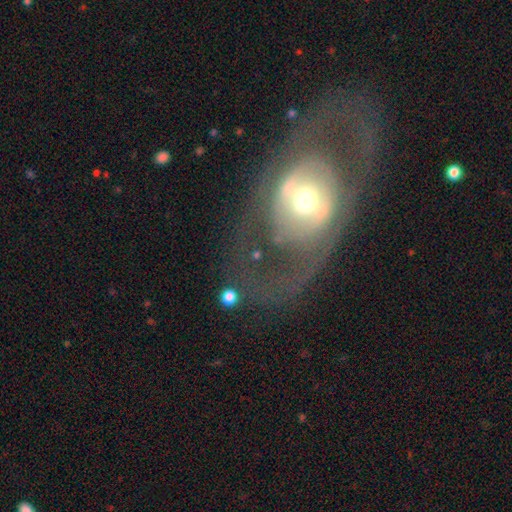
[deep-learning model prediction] The model was most divided on "merging": major disturbance: 40%, none: 39%, minor disturbance: 15%, merger: 6%. More confident: edge-on disk — no (93%); bulge size — moderate (67%); bar — no (61%); spiral arms — no (59%); smooth or featured — featured or disk (58%).